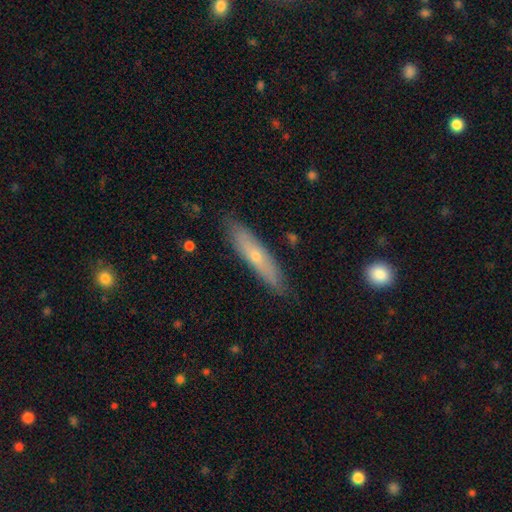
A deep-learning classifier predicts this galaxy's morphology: Smooth or featured? Predicted: smooth (p=0.48). Merging? Predicted: none (p=0.84).